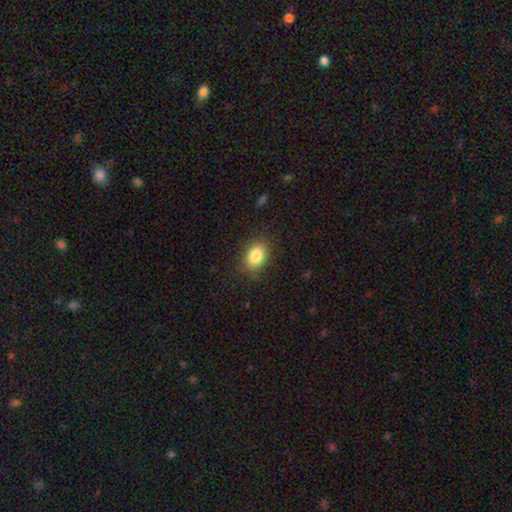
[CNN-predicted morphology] The model was most divided on "how rounded": in between: 74%, round: 24%, cigar-shaped: 1%. More confident: smooth or featured — smooth (84%); merging — none (84%).